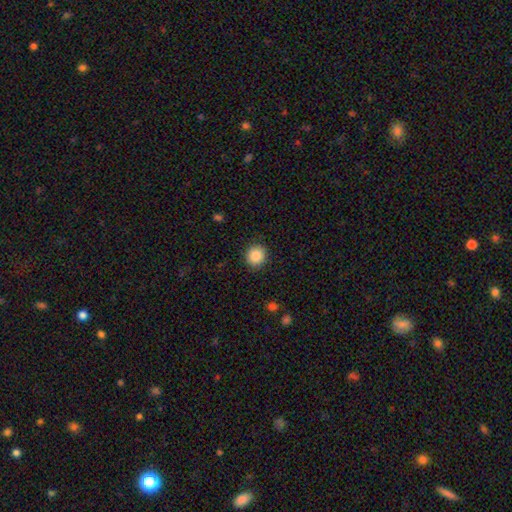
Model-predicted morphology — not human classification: Q: Smooth or featured?
A: smooth (87%); runner-up: star or artifact (9%)
Q: How rounded?
A: round (90%); runner-up: in between (9%)
Q: Merging?
A: none (90%); runner-up: minor disturbance (7%)